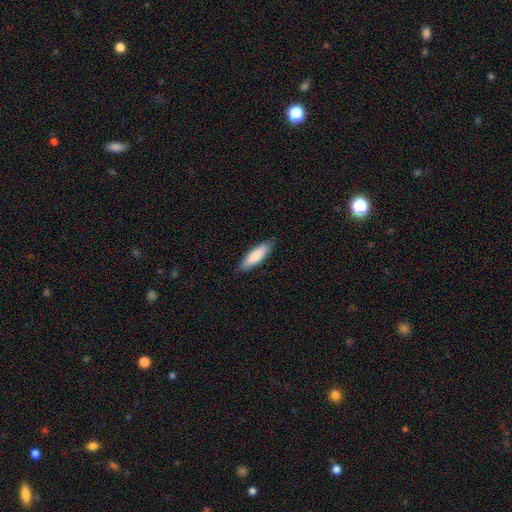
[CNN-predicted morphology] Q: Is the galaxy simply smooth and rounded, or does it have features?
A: smooth — 80%.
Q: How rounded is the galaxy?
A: cigar-shaped — 58%.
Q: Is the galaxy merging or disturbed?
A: none — 85%.